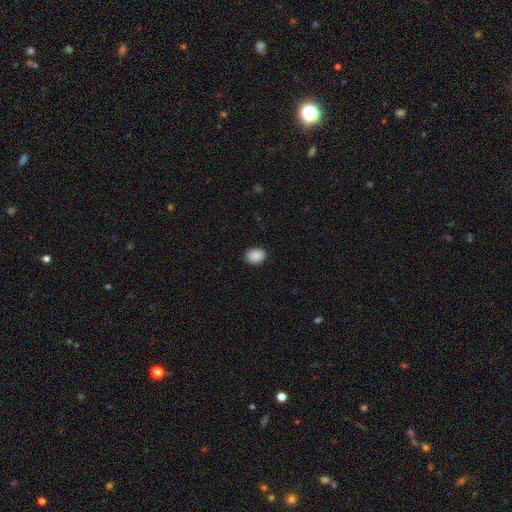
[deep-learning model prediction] smooth-or-featured: smooth: 89% | star or artifact: 8% | featured or disk: 3%
  how-rounded: in between: 58% | round: 41% | cigar-shaped: 1%
  merging: none: 87% | minor disturbance: 10% | major disturbance: 2% | merger: 1%